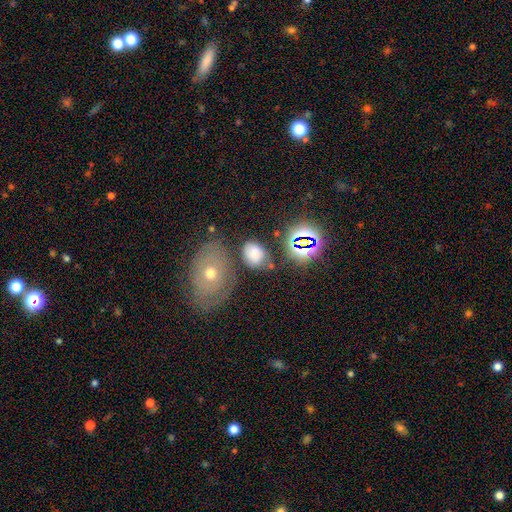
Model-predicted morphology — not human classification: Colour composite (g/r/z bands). It shows a smooth galaxy with no disk features (68%) that is in between round and cigar-shaped (72%). Merging: none (59%).